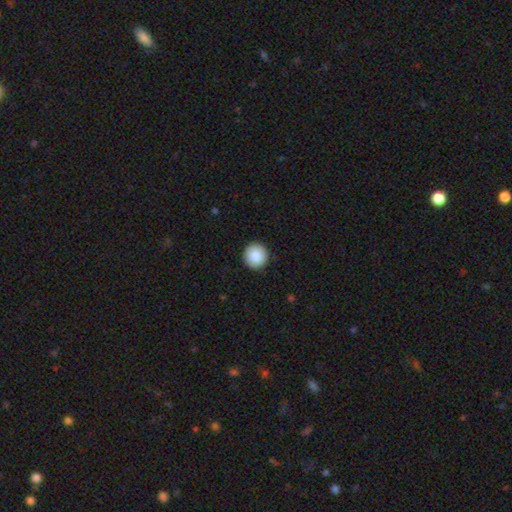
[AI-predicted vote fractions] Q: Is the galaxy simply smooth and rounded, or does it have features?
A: smooth — 86%.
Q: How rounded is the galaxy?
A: round — 95%.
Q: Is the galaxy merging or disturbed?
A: none — 93%.